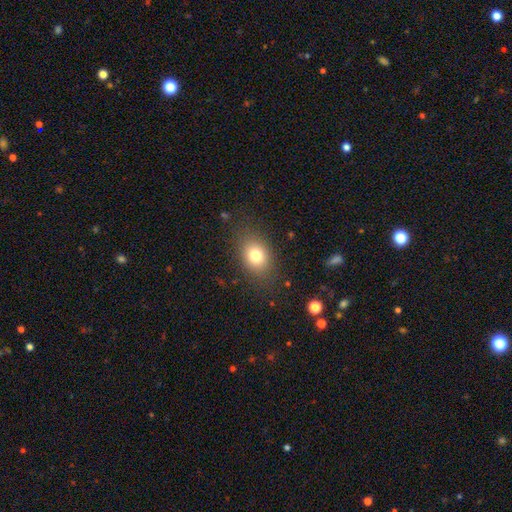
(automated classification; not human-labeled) Smooth or featured?
  - smooth: 77% *
  - star or artifact: 11%
  - featured or disk: 11%
How rounded?
  - in between: 63% *
  - round: 36%
  - cigar-shaped: 1%
Merging?
  - none: 81% *
  - minor disturbance: 12%
  - major disturbance: 5%
  - merger: 1%